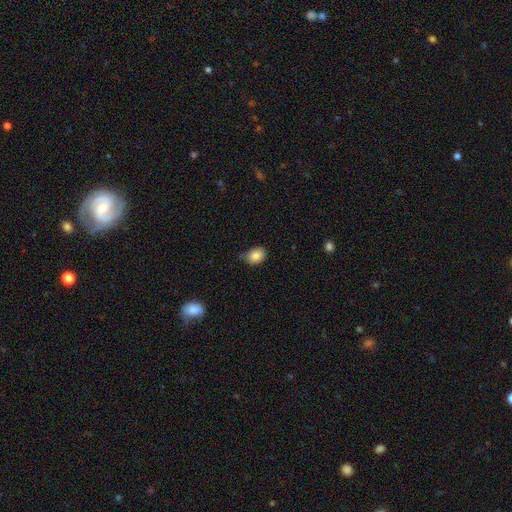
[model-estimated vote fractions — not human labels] Overall: smooth (86%). How rounded: in between (68%; round 31%). Merging: none (67%).